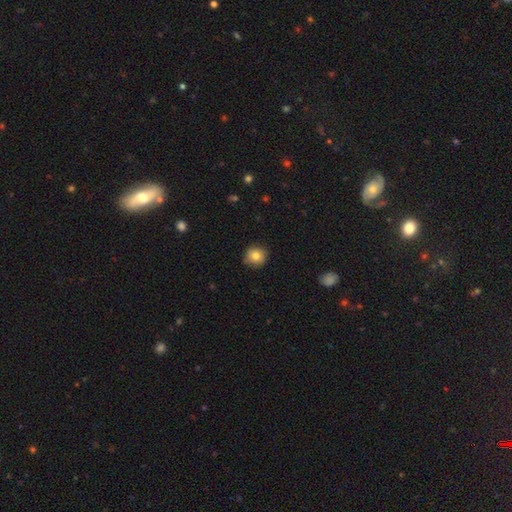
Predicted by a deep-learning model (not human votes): Smooth or featured? smooth (79%)
How rounded? round (90%)
Merging? none (80%)